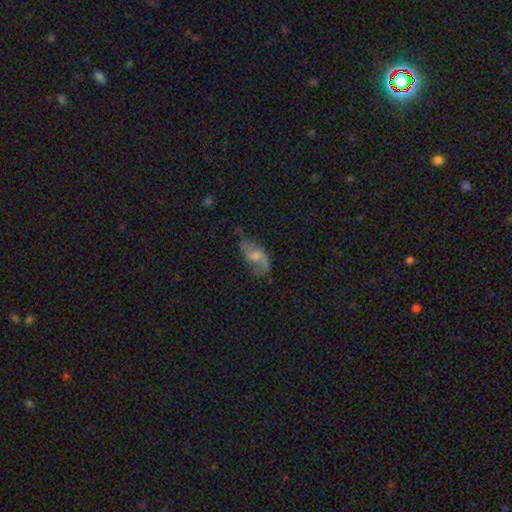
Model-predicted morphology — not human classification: Q: Smooth or featured?
A: featured or disk (75%); runner-up: smooth (16%)
Q: Edge-on disk?
A: no (96%); runner-up: yes (4%)
Q: Bar?
A: no (49%); runner-up: weak (42%)
Q: Spiral arms?
A: yes (93%); runner-up: no (7%)
Q: Spiral winding?
A: loose (72%); runner-up: medium (22%)
Q: Spiral arm count?
A: 2 (88%); runner-up: 1 (5%)
Q: Bulge size?
A: small (42%); tied with: moderate (42%)
Q: Merging?
A: none (67%); runner-up: minor disturbance (20%)